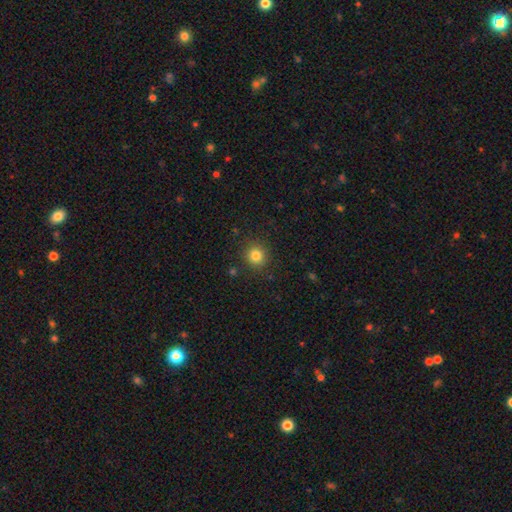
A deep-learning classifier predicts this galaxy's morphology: type=smooth (82%); roundness=round (92%); merging=none (89%).